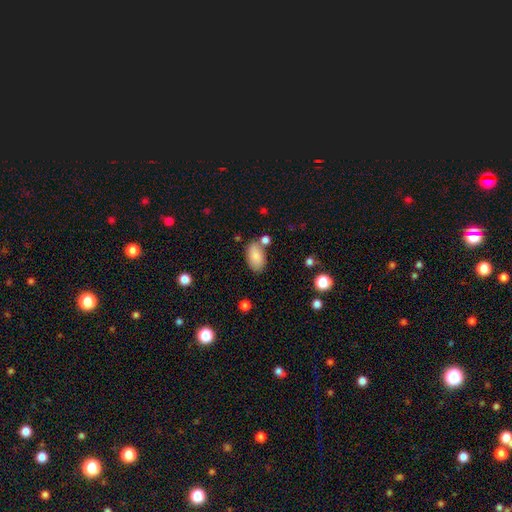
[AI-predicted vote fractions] smooth 85%, featured or disk 8%, star or artifact 7%. Down the decision tree: how rounded — in between (93%); merging — none (68%).